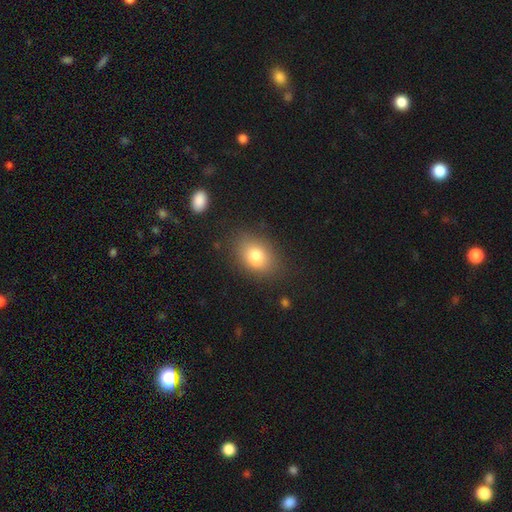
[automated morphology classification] Overall: smooth (79%). How rounded: in between (72%). Merging: none (81%).